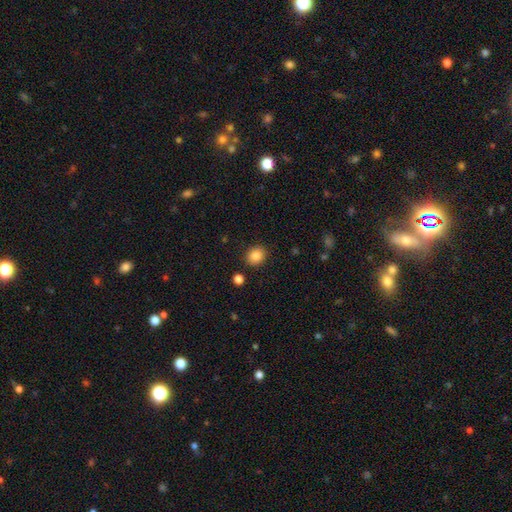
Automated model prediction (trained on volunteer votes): smooth-or-featured: smooth: 86% | star or artifact: 10% | featured or disk: 4%
  how-rounded: round: 63% | in between: 37% | cigar-shaped: 1%
  merging: none: 88% | minor disturbance: 8% | major disturbance: 2% | merger: 2%